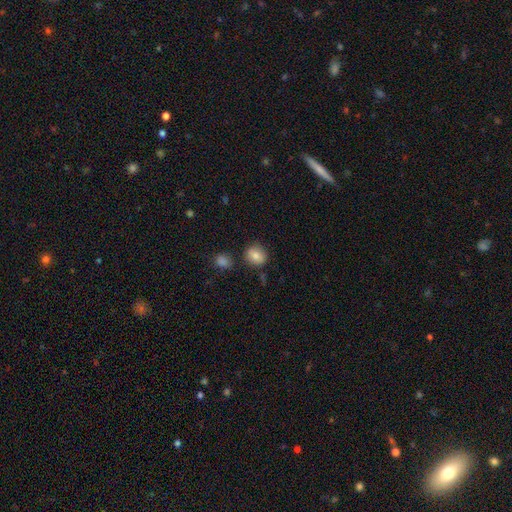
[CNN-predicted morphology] Q: Smooth or featured?
A: smooth (81%); runner-up: featured or disk (10%)
Q: How rounded?
A: round (67%); runner-up: in between (32%)
Q: Merging?
A: none (80%); runner-up: minor disturbance (12%)